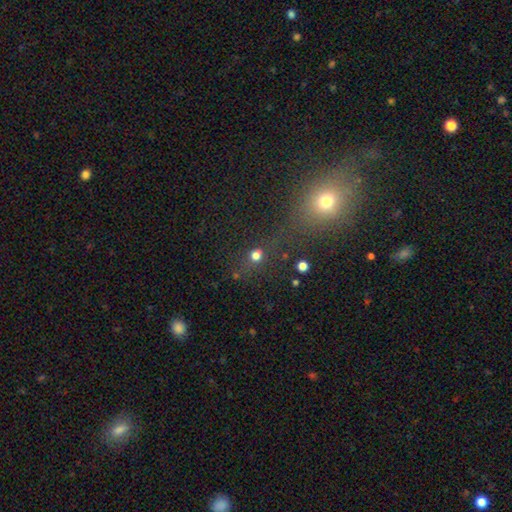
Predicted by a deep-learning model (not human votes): A smooth galaxy with no disk features (69%) that is round (79%). Merging: none (66%).